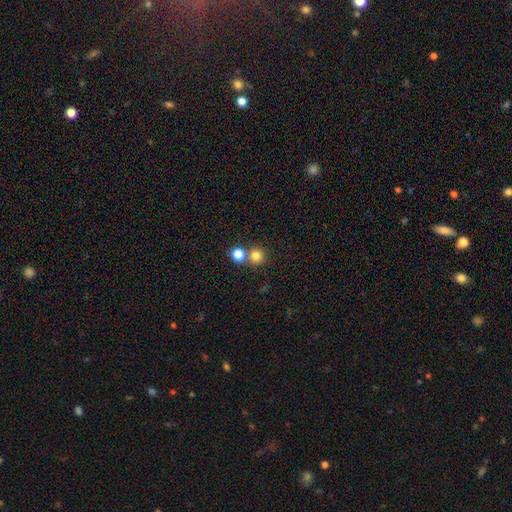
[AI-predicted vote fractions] Q: Smooth or featured?
A: smooth (80%); runner-up: star or artifact (14%)
Q: How rounded?
A: round (93%); runner-up: in between (6%)
Q: Merging?
A: none (66%); runner-up: merger (25%)